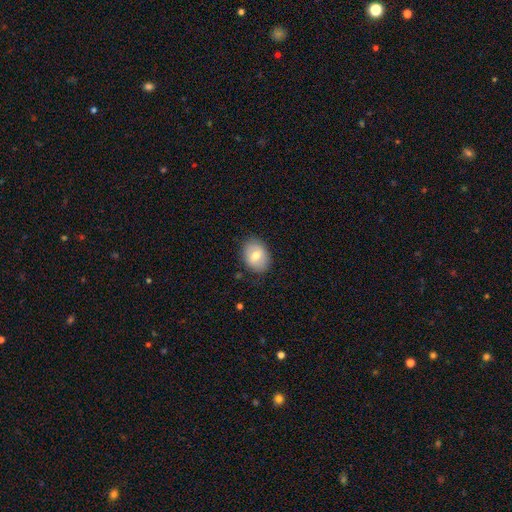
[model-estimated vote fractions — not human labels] This appears to be a smooth galaxy with no disk features (68%) that is in between round and cigar-shaped (58%). Merging: none (82%).